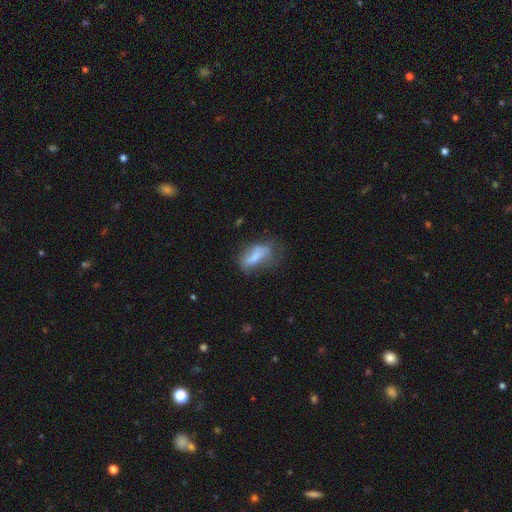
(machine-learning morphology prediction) This is possibly a smooth galaxy (59%). How rounded: clearly in between (81%). Merging: marginally none (37%).